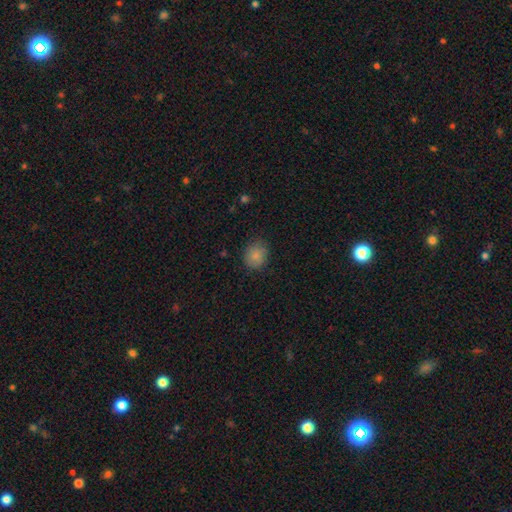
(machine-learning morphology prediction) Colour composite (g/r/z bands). It shows a smooth galaxy with no disk features (84%) that is round (70%). Merging: none (80%).